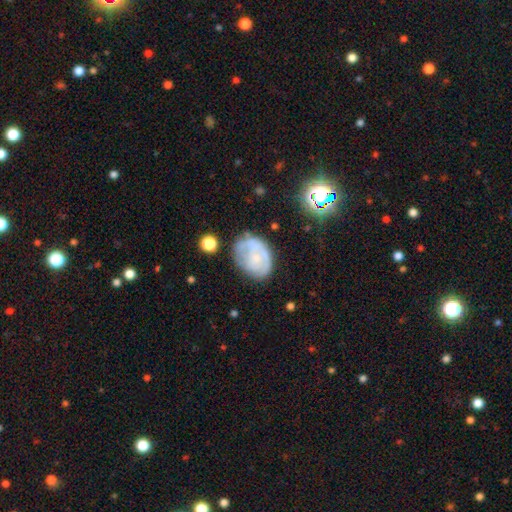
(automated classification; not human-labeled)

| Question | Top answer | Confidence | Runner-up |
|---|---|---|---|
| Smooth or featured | featured or disk | 52% | smooth (38%) |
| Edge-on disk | no | 97% | yes (3%) |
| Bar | no | 80% | weak (17%) |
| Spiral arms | yes | 58% | no (42%) |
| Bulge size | small | 57% | none (20%) |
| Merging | none | 55% | minor disturbance (28%) |